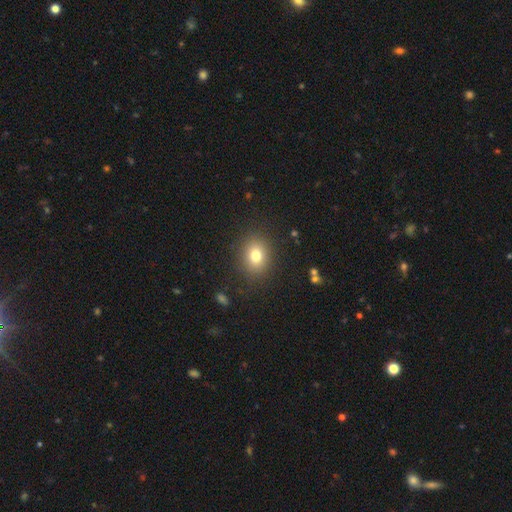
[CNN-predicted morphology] smooth 78%, star or artifact 12%, featured or disk 10%. Down the decision tree: how rounded — round (55%); merging — none (87%).